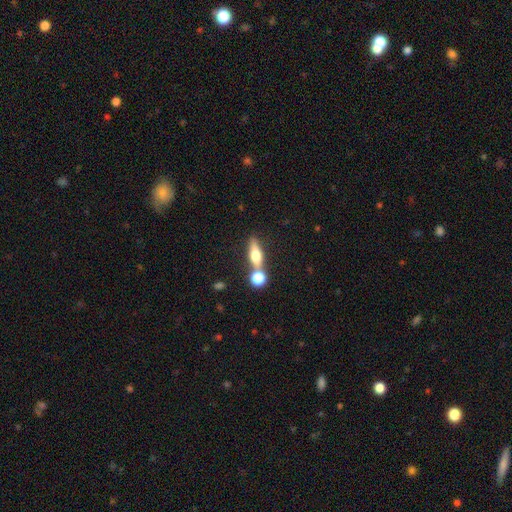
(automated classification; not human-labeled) smooth-or-featured: smooth: 52% | featured or disk: 39% | star or artifact: 9%
  how-rounded: in between: 45% | cigar-shaped: 43% | round: 12%
  merging: none: 55% | merger: 31% | minor disturbance: 10% | major disturbance: 4%